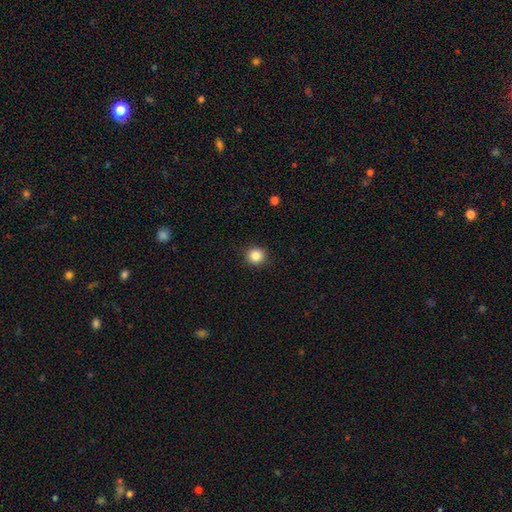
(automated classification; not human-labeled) Q: Smooth or featured?
A: smooth (85%); runner-up: star or artifact (10%)
Q: How rounded?
A: round (92%); runner-up: in between (7%)
Q: Merging?
A: none (92%); runner-up: minor disturbance (5%)